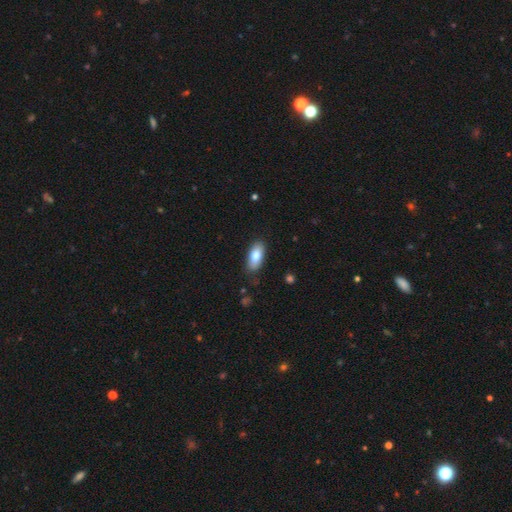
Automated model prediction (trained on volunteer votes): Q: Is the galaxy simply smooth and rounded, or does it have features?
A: smooth — 82%.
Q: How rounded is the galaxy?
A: in between — 88%.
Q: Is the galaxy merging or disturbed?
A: none — 80%.